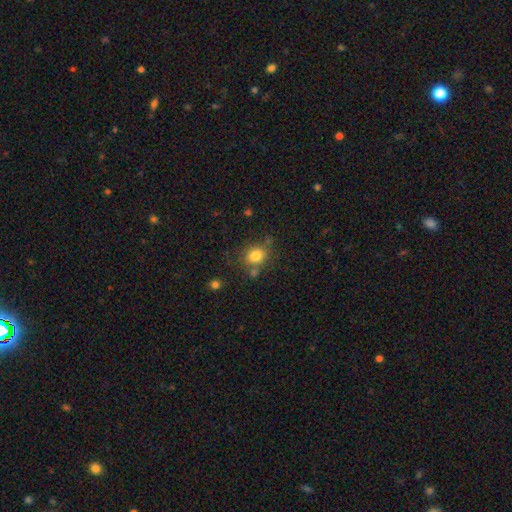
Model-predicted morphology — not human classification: smooth 81%, star or artifact 11%, featured or disk 8%. Down the decision tree: how rounded — round (62%); merging — none (69%).